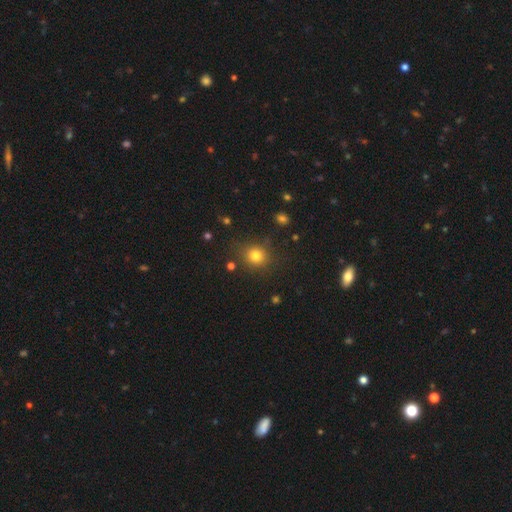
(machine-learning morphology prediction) A smooth galaxy with no disk features (78%) that is round (83%).

Vote fractions:
- Smooth or featured? smooth: 78% / star or artifact: 15% / featured or disk: 7%
- How rounded? round: 83% / in between: 16% / cigar-shaped: 1%
- Merging? none: 83% / minor disturbance: 10% / major disturbance: 4% / merger: 3%